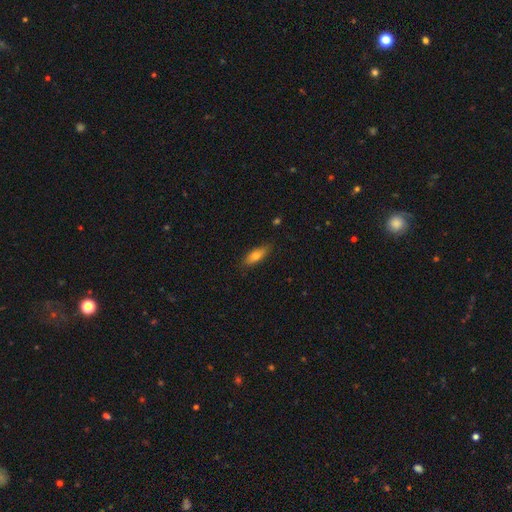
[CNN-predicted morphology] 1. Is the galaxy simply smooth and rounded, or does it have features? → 70% smooth, 23% featured or disk, 7% star or artifact.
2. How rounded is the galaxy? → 59% in between, 38% cigar-shaped, 3% round.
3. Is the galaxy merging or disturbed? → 83% none, 14% minor disturbance, 2% major disturbance, 1% merger.